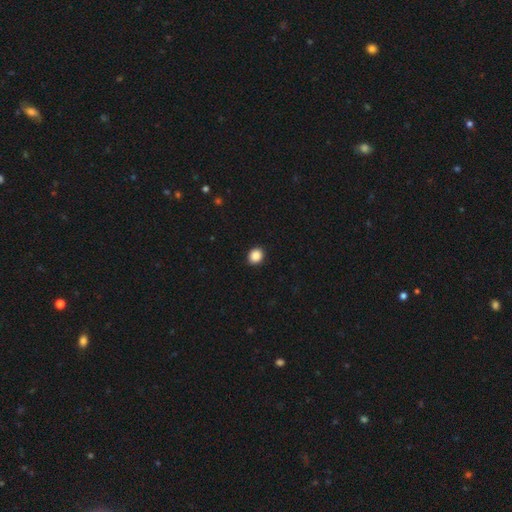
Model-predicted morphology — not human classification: A smooth galaxy with no disk features (89%) that is round (68%). Merging: none (92%).